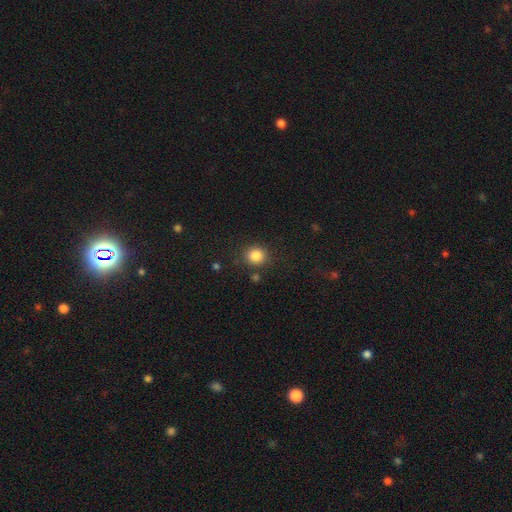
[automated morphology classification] A smooth galaxy with no disk features (84%) that is round (85%).

Vote fractions:
- Smooth or featured? smooth: 84% / star or artifact: 11% / featured or disk: 5%
- How rounded? round: 85% / in between: 14% / cigar-shaped: 1%
- Merging? none: 85% / minor disturbance: 9% / merger: 3% / major disturbance: 3%